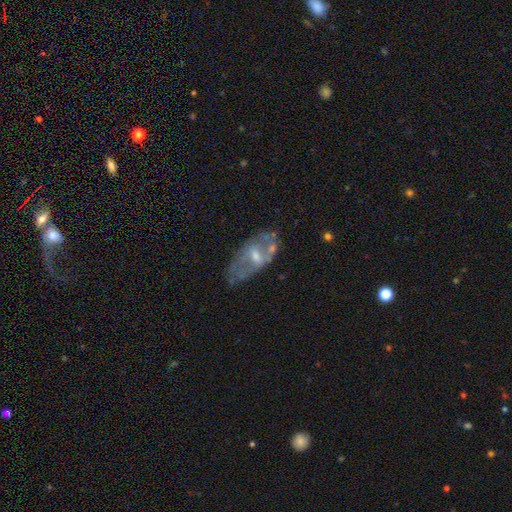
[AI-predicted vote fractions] Q: Smooth or featured?
A: featured or disk (64%); runner-up: smooth (26%)
Q: Edge-on disk?
A: no (88%); runner-up: yes (12%)
Q: Bar?
A: no (47%); runner-up: weak (39%)
Q: Spiral arms?
A: no (64%); runner-up: yes (36%)
Q: Bulge size?
A: moderate (45%); runner-up: small (44%)
Q: Merging?
A: none (56%); runner-up: minor disturbance (23%)